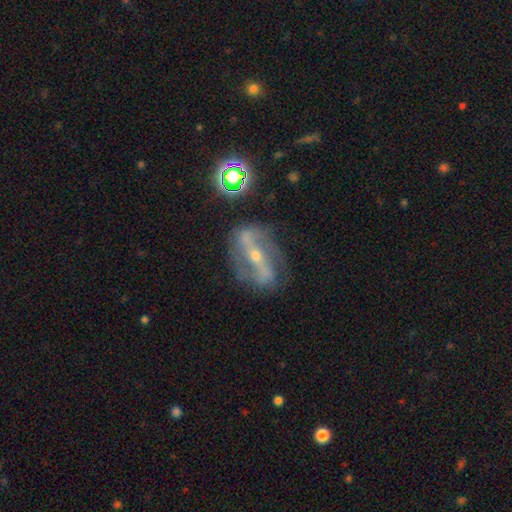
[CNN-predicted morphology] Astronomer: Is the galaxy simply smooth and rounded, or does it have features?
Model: featured or disk — 84%.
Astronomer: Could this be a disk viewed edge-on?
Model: no — 86%.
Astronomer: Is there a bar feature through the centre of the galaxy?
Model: strong — 73%.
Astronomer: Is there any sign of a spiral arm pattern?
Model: yes — 83%.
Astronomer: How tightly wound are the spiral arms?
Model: loose — 45% (runner-up: medium, 36%).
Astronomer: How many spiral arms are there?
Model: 2 — 86%.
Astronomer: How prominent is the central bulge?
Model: small — 62%.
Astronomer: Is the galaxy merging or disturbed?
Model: none — 75%.